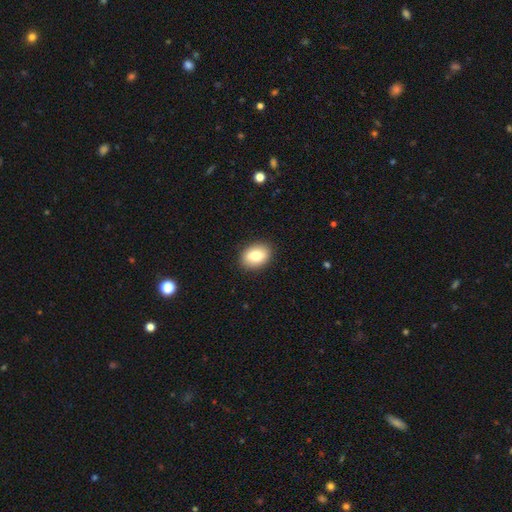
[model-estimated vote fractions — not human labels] A smooth galaxy with no disk features (80%) that is in between round and cigar-shaped (77%). Merging: none (90%).